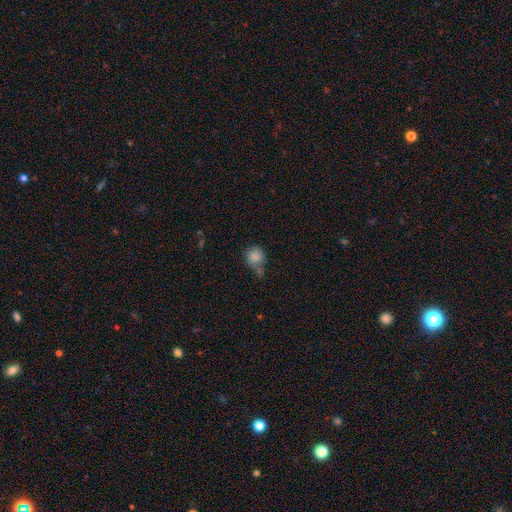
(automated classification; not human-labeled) This is clearly a smooth galaxy (85%). How rounded: clearly round (85%). Merging: possibly none (50%).